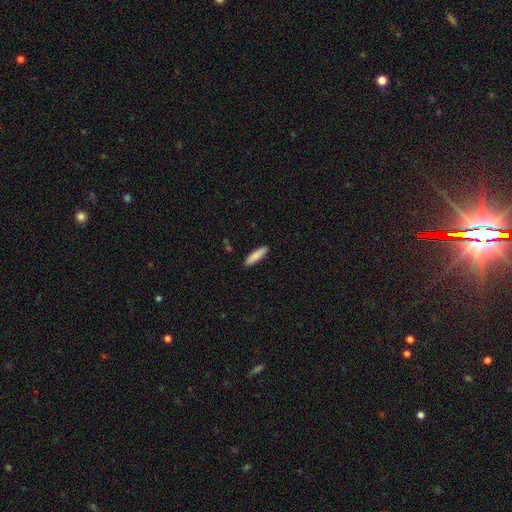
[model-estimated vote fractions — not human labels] This is clearly a smooth galaxy (85%). How rounded: likely cigar-shaped (71%). Merging: clearly none (89%).